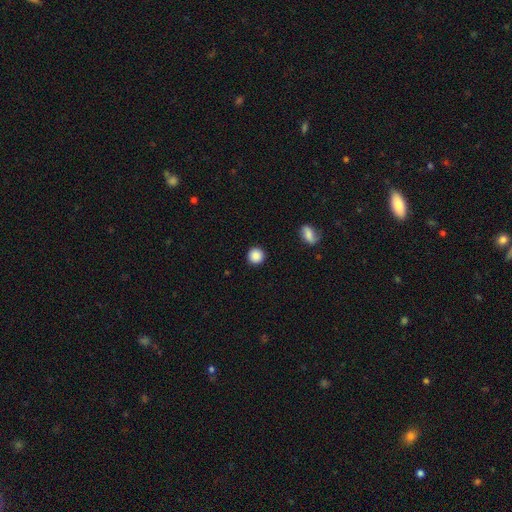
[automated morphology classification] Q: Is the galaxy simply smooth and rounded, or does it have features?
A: smooth — 88%.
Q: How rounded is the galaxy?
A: round — 94%.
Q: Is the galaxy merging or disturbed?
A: none — 92%.